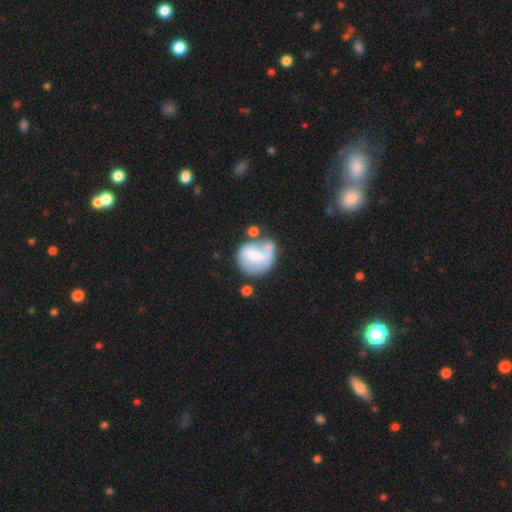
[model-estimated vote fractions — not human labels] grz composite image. It shows a smooth galaxy with no disk features (50%) that is round (74%). Merging: none (38%).